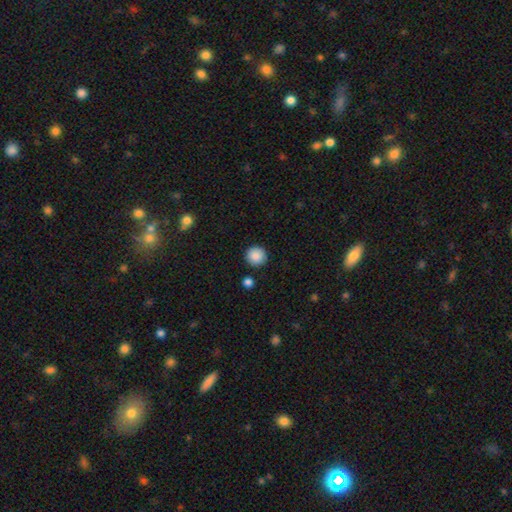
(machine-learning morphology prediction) A smooth galaxy with no disk features (88%) that is round (95%).

Vote fractions:
- Smooth or featured? smooth: 88% / star or artifact: 9% / featured or disk: 3%
- How rounded? round: 95% / in between: 4% / cigar-shaped: 1%
- Merging? none: 90% / minor disturbance: 6% / merger: 2% / major disturbance: 2%